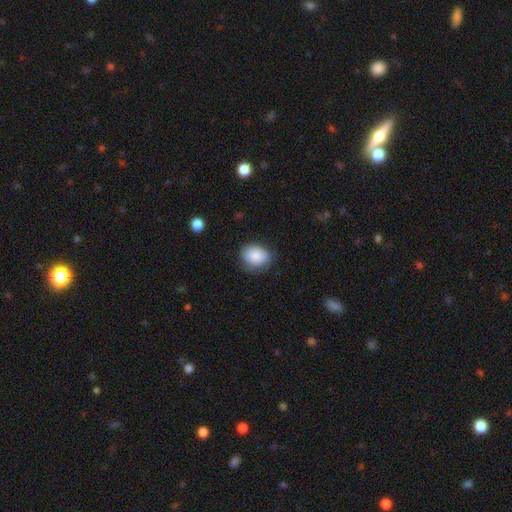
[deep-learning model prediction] The model was most divided on "how rounded": in between: 55%, round: 44%, cigar-shaped: 1%. More confident: smooth or featured — smooth (86%); merging — none (73%).